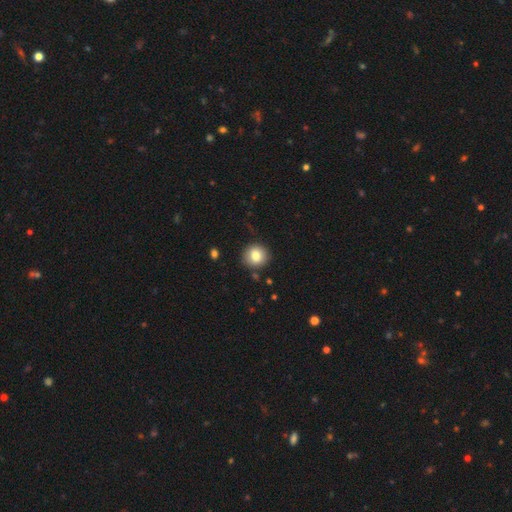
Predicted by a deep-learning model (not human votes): Smooth or featured: smooth — 82% (star or artifact — 9%)
How rounded: round — 89% (in between — 10%)
Merging: none — 87% (minor disturbance — 9%)